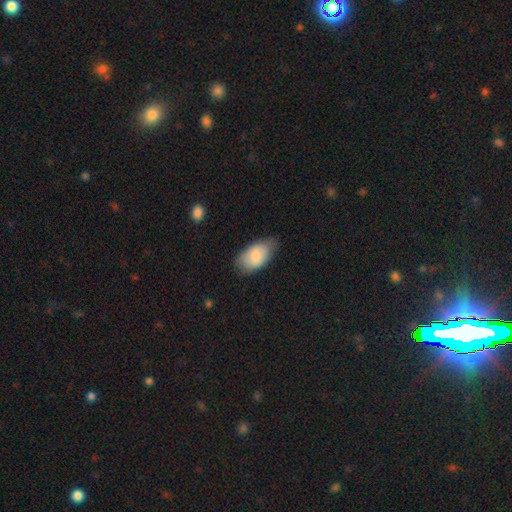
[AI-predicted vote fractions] Morphology: type=smooth (81%); roundness=in between (94%); merging=none (71%).